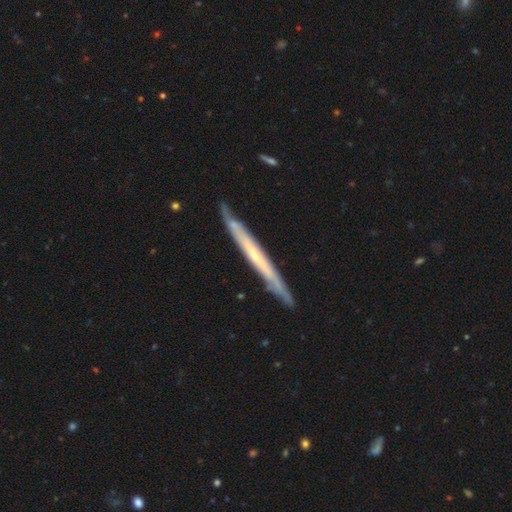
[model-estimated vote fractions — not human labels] smooth-or-featured: featured or disk: 71% | smooth: 24% | star or artifact: 5%
  disk-edge-on: yes: 88% | no: 12%
    edge-on-bulge: none: 70% | rounded: 25% | boxy: 5%
  merging: none: 82% | minor disturbance: 14% | major disturbance: 2% | merger: 2%